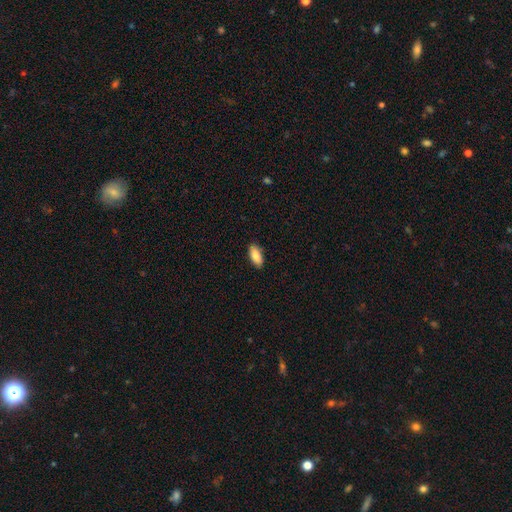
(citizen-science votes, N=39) Volunteers were most divided on "how rounded": in between: 89%, round: 5%, cigar-shaped: 5%. More confident: smooth or featured — smooth (95%); merging — none (95%).